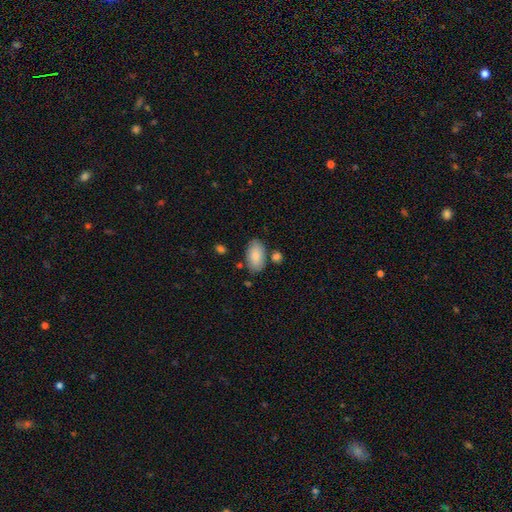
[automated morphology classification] This appears to be a smooth galaxy with no disk features (85%) that is in between round and cigar-shaped (95%). Merging: none (77%).